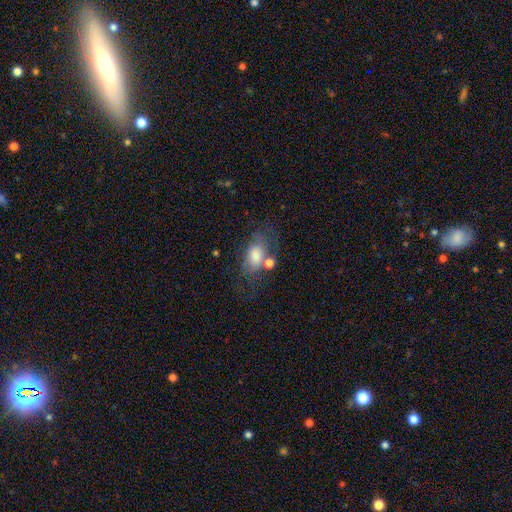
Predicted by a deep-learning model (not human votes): smooth_or_featured: smooth (p=0.59) [alt: featured or disk p=0.32]
how_rounded: in between (p=0.86) [alt: round p=0.11]
merging: none (p=0.39) [alt: minor disturbance p=0.22]